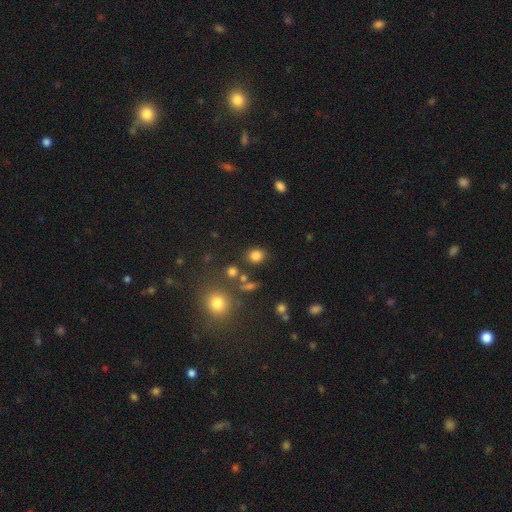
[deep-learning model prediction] Overall: smooth (80%). How rounded: round (69%; in between 30%). Merging: none (81%).